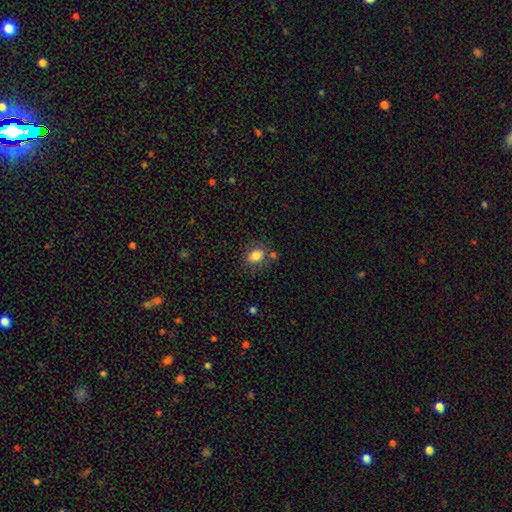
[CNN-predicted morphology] A smooth galaxy with no disk features (81%) that is in between round and cigar-shaped (68%).

Vote fractions:
- Smooth or featured? smooth: 81% / star or artifact: 9% / featured or disk: 9%
- How rounded? in between: 68% / round: 30% / cigar-shaped: 1%
- Merging? none: 69% / minor disturbance: 16% / merger: 9% / major disturbance: 6%